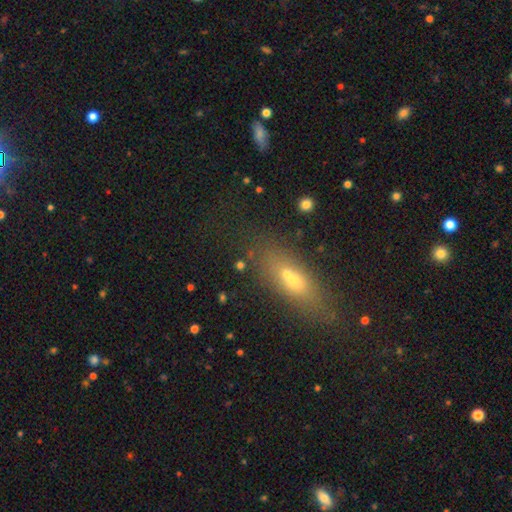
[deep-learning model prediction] This appears to be a smooth galaxy with no disk features (57%) that is in between round and cigar-shaped (55%). Merging: none (81%).